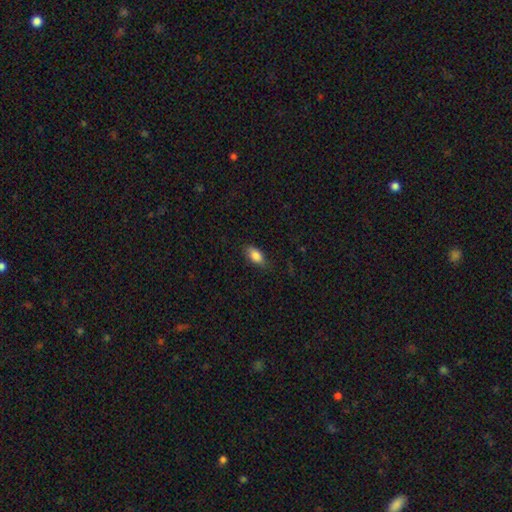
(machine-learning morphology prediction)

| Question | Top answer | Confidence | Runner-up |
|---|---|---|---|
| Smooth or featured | smooth | 85% | star or artifact (8%) |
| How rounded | in between | 89% | cigar-shaped (6%) |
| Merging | none | 79% | minor disturbance (16%) |